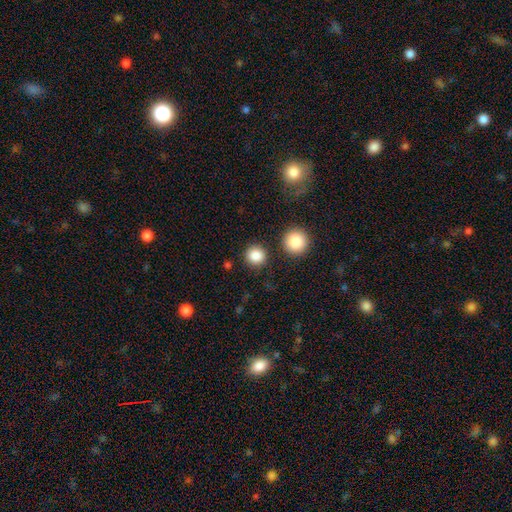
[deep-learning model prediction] Morphology: type=smooth (86%); roundness=round (93%); merging=none (86%).